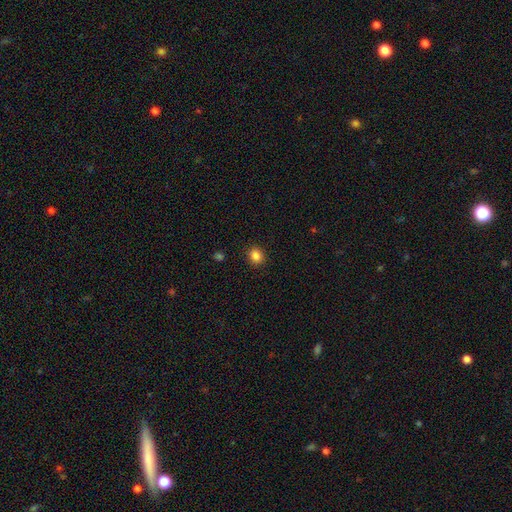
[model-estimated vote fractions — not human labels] smooth-or-featured: smooth: 85% | star or artifact: 11% | featured or disk: 4%
  how-rounded: round: 70% | in between: 29% | cigar-shaped: 1%
  merging: none: 90% | minor disturbance: 7% | major disturbance: 2% | merger: 1%